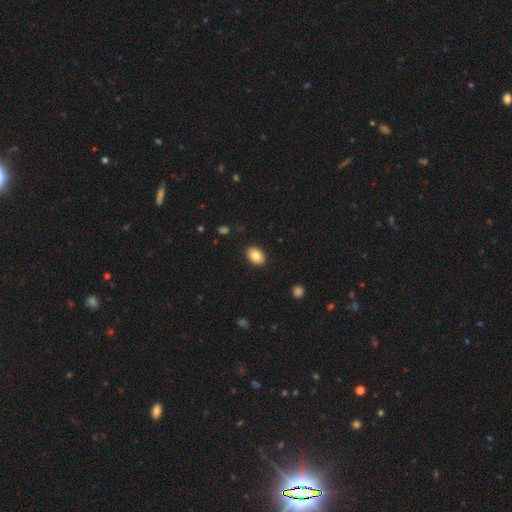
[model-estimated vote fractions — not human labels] Smooth or featured? Predicted: smooth (p=0.84). How rounded? Predicted: in between (p=0.81). Merging? Predicted: none (p=0.89).